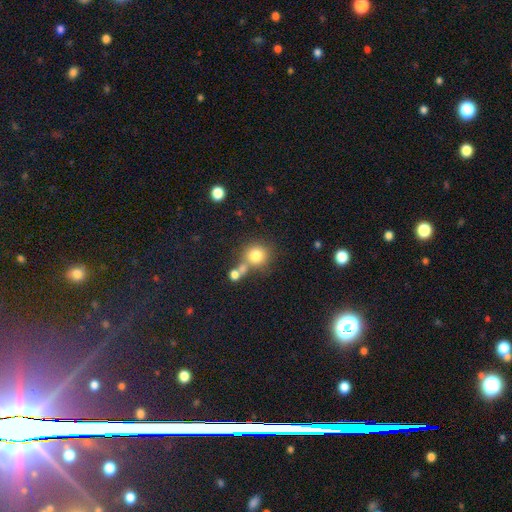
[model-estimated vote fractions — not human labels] Smooth or featured?
  - smooth: 78% *
  - star or artifact: 12%
  - featured or disk: 10%
How rounded?
  - round: 87% *
  - in between: 12%
  - cigar-shaped: 1%
Merging?
  - none: 55% *
  - merger: 28%
  - minor disturbance: 11%
  - major disturbance: 5%